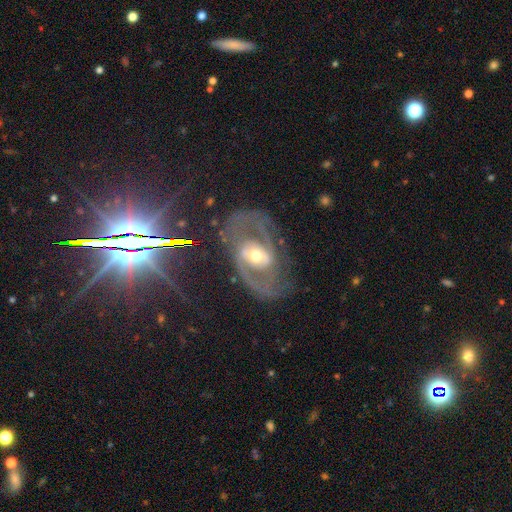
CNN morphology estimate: This appears to be a featured or disk galaxy (86%) with a weak bar (40%), 2 (85%) medium (52%) spiral arms (89%) and a moderate central bulge (68%). Merging: none (68%).